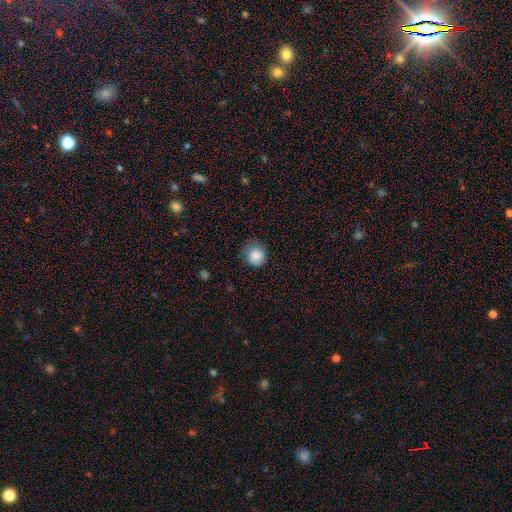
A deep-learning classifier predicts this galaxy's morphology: Smooth or featured: smooth — 85% (star or artifact — 8%)
How rounded: round — 85% (in between — 14%)
Merging: none — 63% (minor disturbance — 28%)